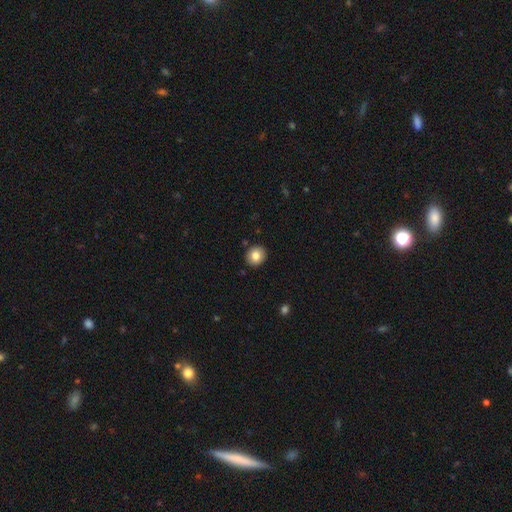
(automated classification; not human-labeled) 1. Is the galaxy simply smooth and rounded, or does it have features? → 83% smooth, 9% star or artifact, 8% featured or disk.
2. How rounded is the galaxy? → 81% round, 18% in between, 1% cigar-shaped.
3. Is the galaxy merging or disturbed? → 90% none, 6% minor disturbance, 2% major disturbance, 1% merger.